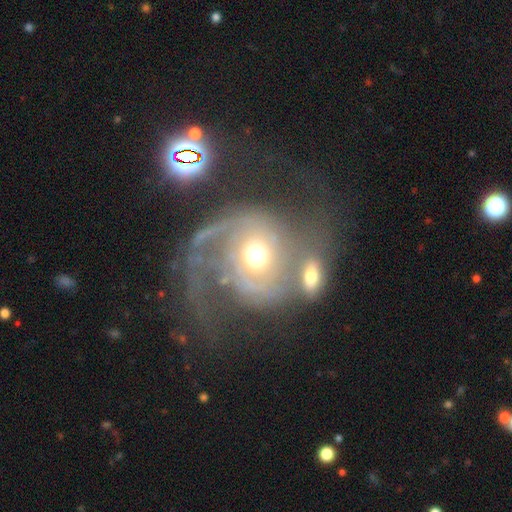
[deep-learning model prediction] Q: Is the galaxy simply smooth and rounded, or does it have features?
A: featured or disk — 74%.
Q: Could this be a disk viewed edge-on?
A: no — 96%.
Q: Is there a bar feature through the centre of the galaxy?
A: no — 76%.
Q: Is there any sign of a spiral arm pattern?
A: yes — 81%.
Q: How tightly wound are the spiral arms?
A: medium — 38%.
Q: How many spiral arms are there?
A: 2 — 52%.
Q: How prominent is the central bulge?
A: moderate — 68%.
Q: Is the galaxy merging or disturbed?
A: major disturbance — 33%.